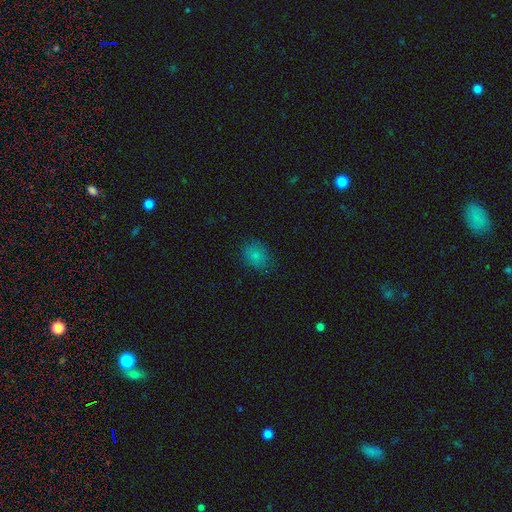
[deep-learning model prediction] A smooth galaxy with no disk features (81%) that is in between round and cigar-shaped (57%).

Vote fractions:
- Smooth or featured? smooth: 81% / star or artifact: 12% / featured or disk: 7%
- How rounded? in between: 57% / round: 42% / cigar-shaped: 1%
- Merging? none: 76% / minor disturbance: 19% / major disturbance: 4% / merger: 1%